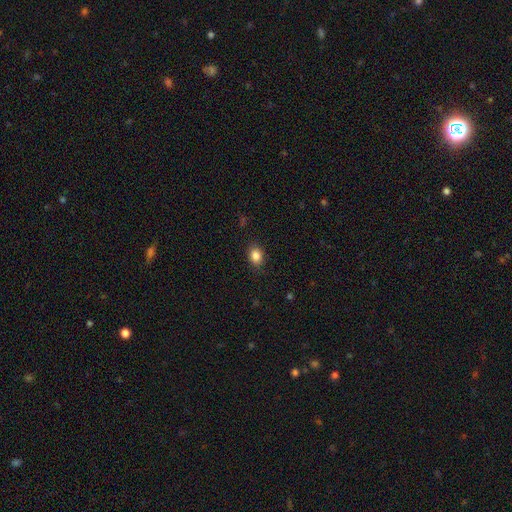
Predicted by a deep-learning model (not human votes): This appears to be a smooth galaxy with no disk features (86%) that is in between round and cigar-shaped (65%). Merging: none (86%).